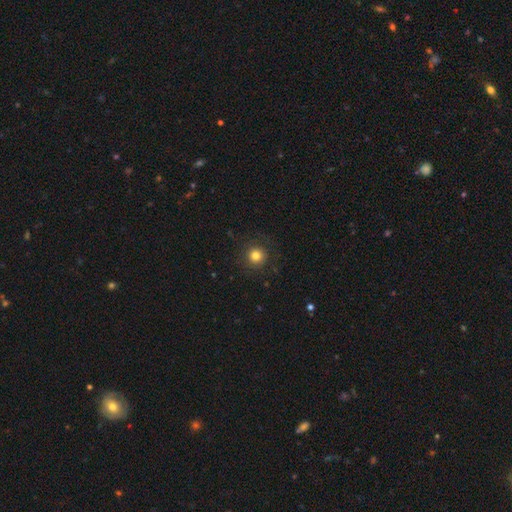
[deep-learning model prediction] smooth_or_featured: smooth (p=0.80) [alt: star or artifact p=0.13]
how_rounded: round (p=0.95) [alt: in between p=0.04]
merging: none (p=0.89) [alt: minor disturbance p=0.07]